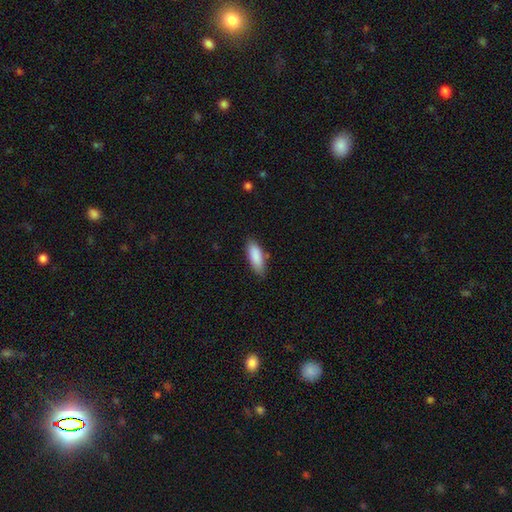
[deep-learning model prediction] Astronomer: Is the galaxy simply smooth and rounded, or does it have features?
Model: smooth — 88%.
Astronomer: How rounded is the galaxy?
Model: in between — 68%.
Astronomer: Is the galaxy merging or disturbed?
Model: none — 81%.